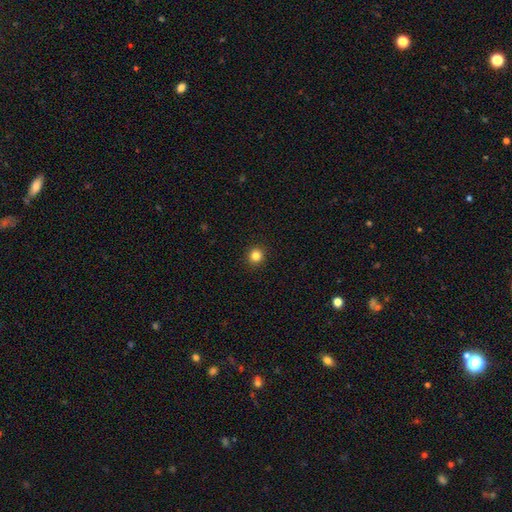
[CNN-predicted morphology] smooth 83%, star or artifact 13%, featured or disk 4%. Down the decision tree: how rounded — round (93%); merging — none (93%).